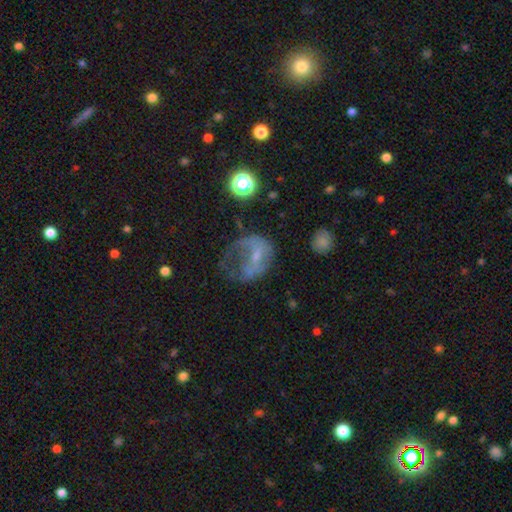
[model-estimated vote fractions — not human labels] Q: Smooth or featured?
A: featured or disk (55%); runner-up: smooth (31%)
Q: Edge-on disk?
A: no (96%); runner-up: yes (4%)
Q: Bar?
A: no (56%); runner-up: weak (32%)
Q: Spiral arms?
A: no (53%); runner-up: yes (47%)
Q: Bulge size?
A: small (56%); runner-up: moderate (21%)
Q: Merging?
A: major disturbance (49%); runner-up: none (27%)